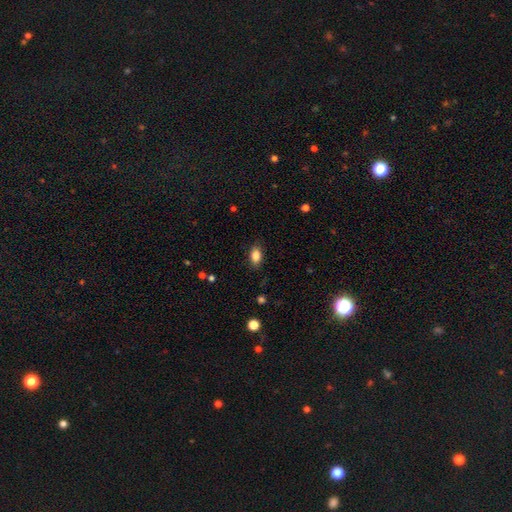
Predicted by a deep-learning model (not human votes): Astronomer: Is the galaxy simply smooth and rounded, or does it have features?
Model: smooth — 86%.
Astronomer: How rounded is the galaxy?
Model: in between — 87%.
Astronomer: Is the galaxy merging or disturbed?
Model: none — 84%.